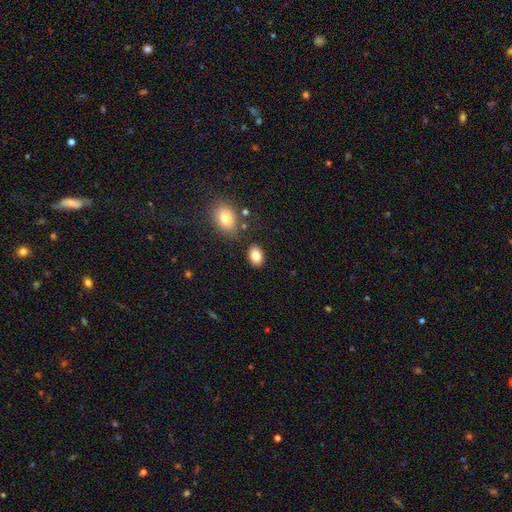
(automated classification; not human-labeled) Smooth or featured?
  - smooth: 83% *
  - star or artifact: 9%
  - featured or disk: 8%
How rounded?
  - in between: 78% *
  - round: 21%
  - cigar-shaped: 1%
Merging?
  - none: 82% *
  - minor disturbance: 10%
  - merger: 5%
  - major disturbance: 3%